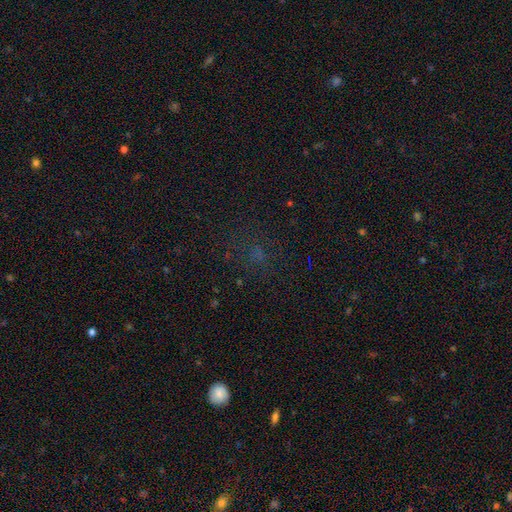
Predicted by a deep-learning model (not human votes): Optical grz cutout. It shows a star or artifact, not a galaxy (50%).